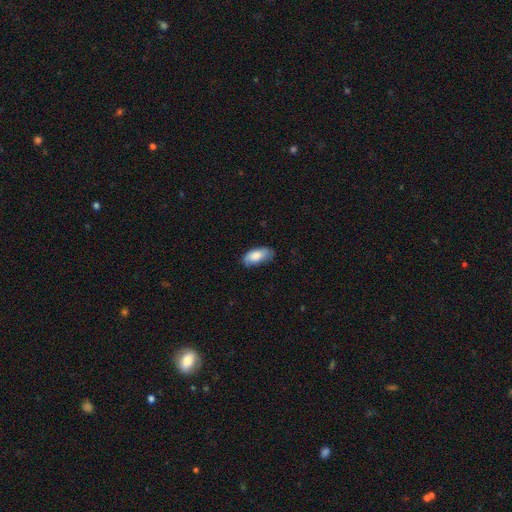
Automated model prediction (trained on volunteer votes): This is likely a smooth galaxy (77%). How rounded: clearly in between (91%). Merging: likely none (65%).